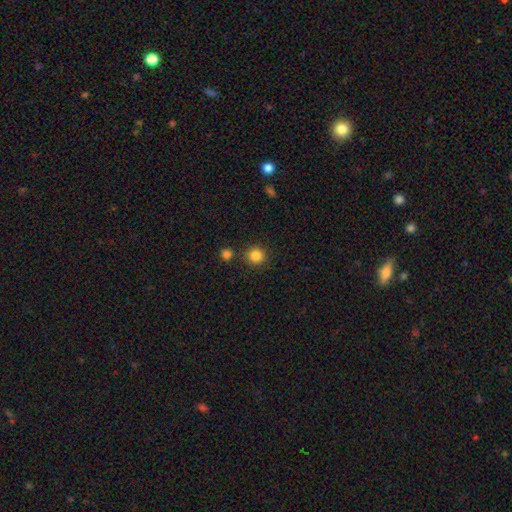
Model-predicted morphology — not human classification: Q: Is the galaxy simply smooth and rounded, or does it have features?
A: smooth — 85%.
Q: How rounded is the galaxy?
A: round — 91%.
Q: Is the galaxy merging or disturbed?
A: none — 86%.